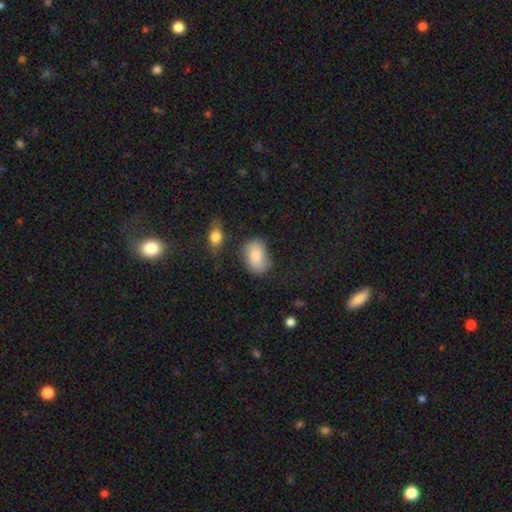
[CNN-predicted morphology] type=smooth (82%); roundness=in between (81%); merging=none (66%).